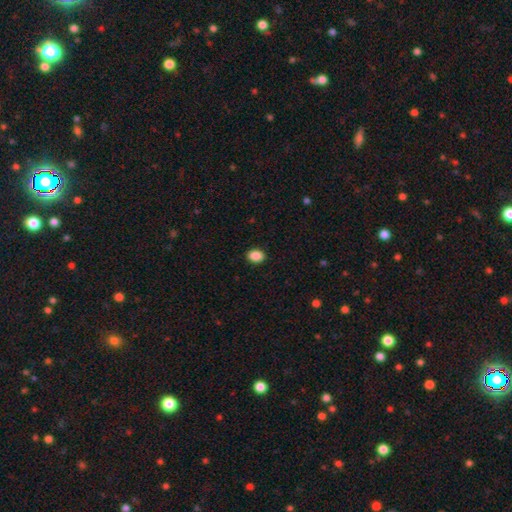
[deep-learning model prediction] Smooth or featured? Predicted: smooth (p=0.89). How rounded? Predicted: in between (p=0.68). Merging? Predicted: none (p=0.90).